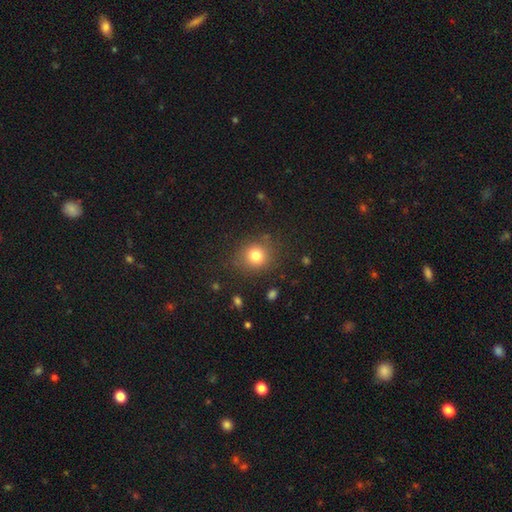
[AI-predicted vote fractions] smooth 79%, star or artifact 13%, featured or disk 8%. Down the decision tree: how rounded — round (82%); merging — none (84%).